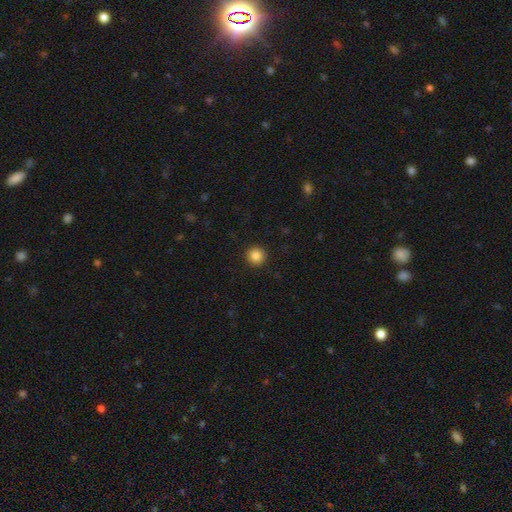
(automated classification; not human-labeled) smooth 86%, star or artifact 10%, featured or disk 4%. Down the decision tree: how rounded — round (95%); merging — none (92%).